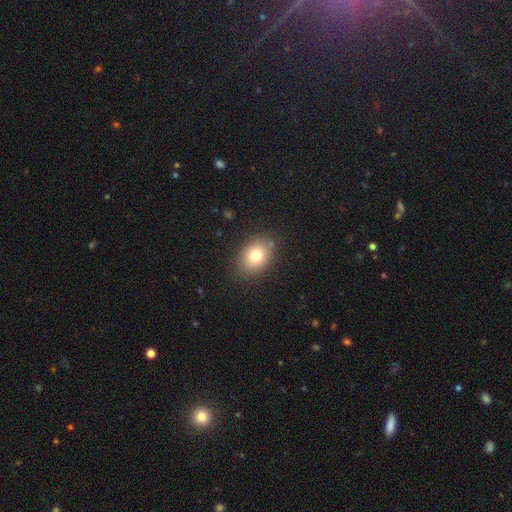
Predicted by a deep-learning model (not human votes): A smooth galaxy with no disk features (77%) that is in between round and cigar-shaped (61%). Merging: none (83%).